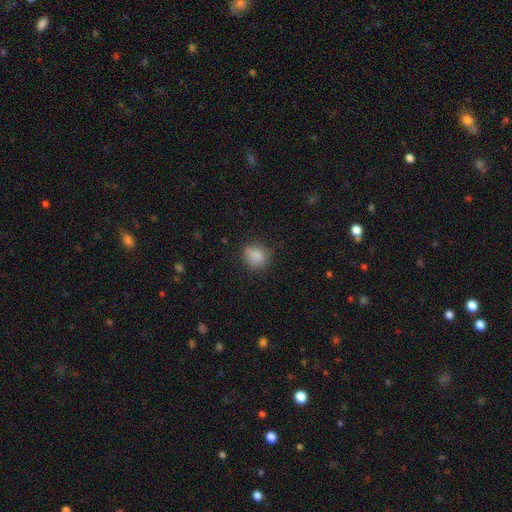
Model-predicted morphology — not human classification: A smooth galaxy with no disk features (86%) that is round (64%).

Vote fractions:
- Smooth or featured? smooth: 86% / star or artifact: 9% / featured or disk: 5%
- How rounded? round: 64% / in between: 35% / cigar-shaped: 1%
- Merging? none: 77% / minor disturbance: 17% / major disturbance: 5% / merger: 1%